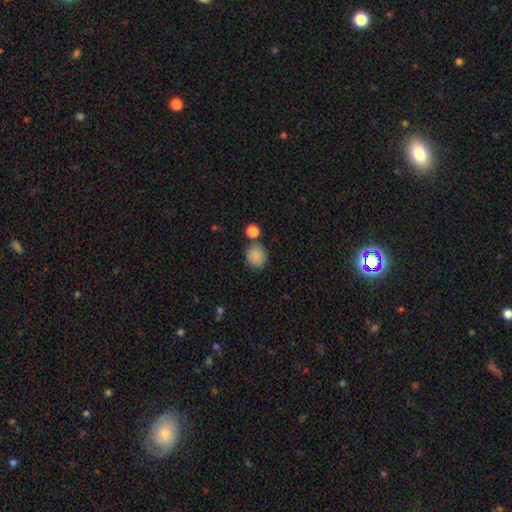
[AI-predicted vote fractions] Morphology: type=smooth (87%); roundness=round (77%); merging=none (72%).